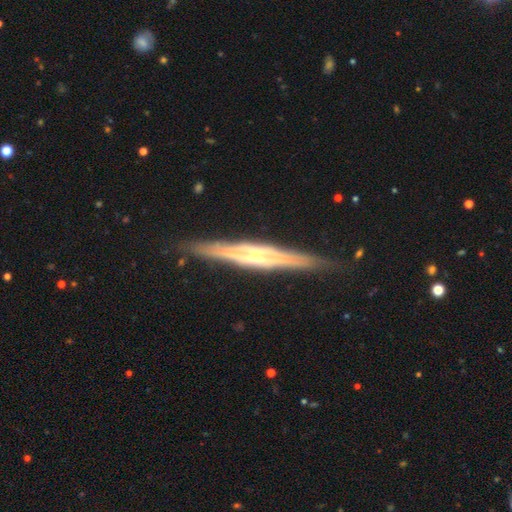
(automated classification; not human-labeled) Smooth or featured: featured or disk — 81% (smooth — 14%)
Edge-on disk: yes — 96% (no — 4%)
Edge-on bulge: rounded — 50% (boxy — 32%)
Merging: none — 87% (minor disturbance — 10%)